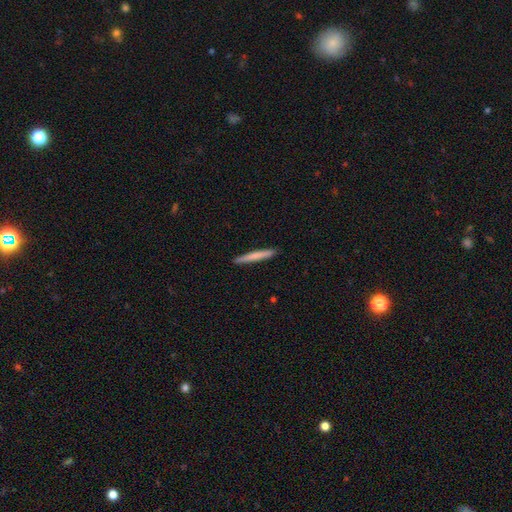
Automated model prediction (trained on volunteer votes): Smooth or featured?
  - smooth: 71% *
  - featured or disk: 24%
  - star or artifact: 5%
How rounded?
  - cigar-shaped: 97% *
  - in between: 2%
  - round: 1%
Merging?
  - none: 92% *
  - minor disturbance: 6%
  - major disturbance: 1%
  - merger: 1%